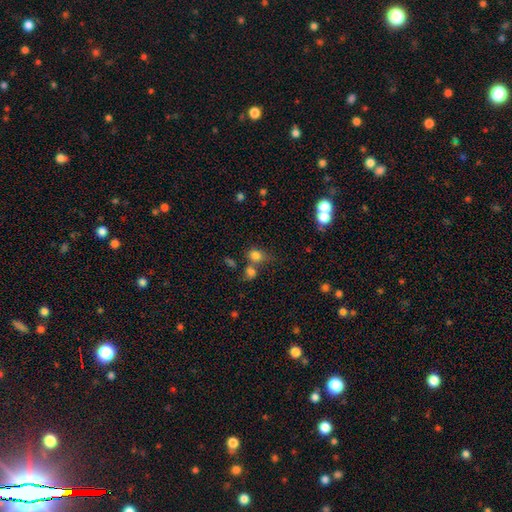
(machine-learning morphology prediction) Overall: smooth (78%). How rounded: in between (50%; round 49%). Merging: none (46%; merger 33%).